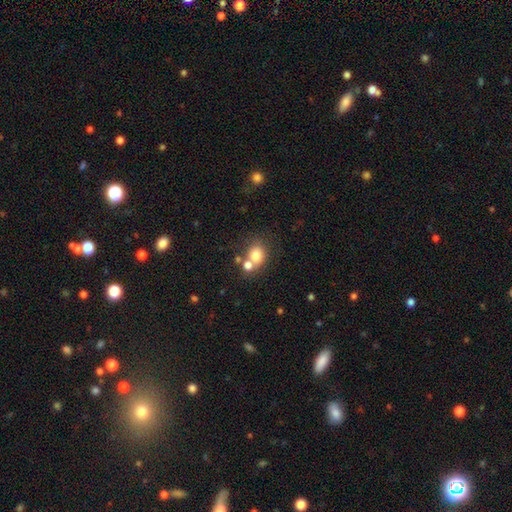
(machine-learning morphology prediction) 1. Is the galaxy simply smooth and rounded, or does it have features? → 75% smooth, 13% featured or disk, 12% star or artifact.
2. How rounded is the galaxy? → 64% round, 35% in between, 1% cigar-shaped.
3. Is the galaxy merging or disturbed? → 46% none, 40% merger, 10% minor disturbance, 5% major disturbance.